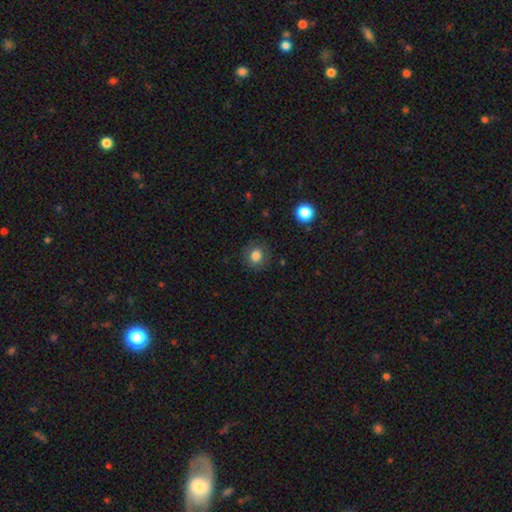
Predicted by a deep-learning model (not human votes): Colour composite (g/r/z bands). It shows a smooth galaxy with no disk features (81%) that is round (79%). Merging: none (85%).